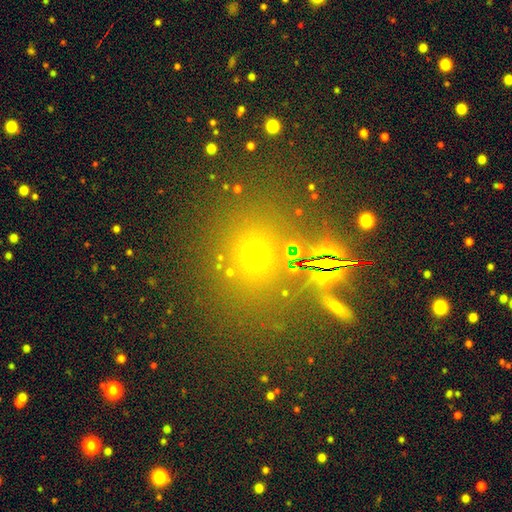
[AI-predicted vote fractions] Smooth or featured? Predicted: smooth (p=0.52). How rounded? Predicted: round (p=0.76). Merging? Predicted: none (p=0.79).